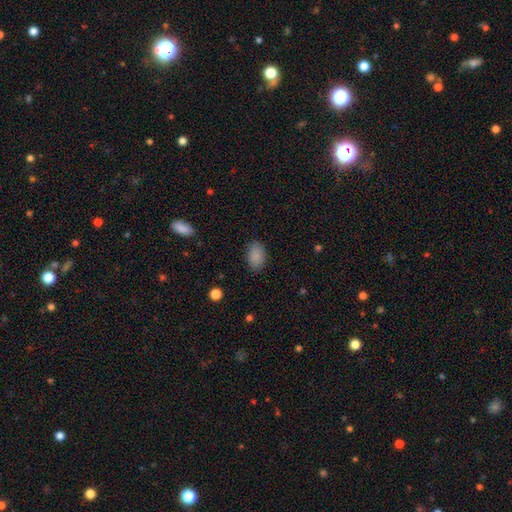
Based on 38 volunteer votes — Smooth or featured?
  - smooth: 92% *
  - featured or disk: 5%
  - star or artifact: 3%
How rounded?
  - in between: 94% *
  - round: 6%
  - cigar-shaped: 0%
Merging?
  - none: 76% *
  - minor disturbance: 16%
  - major disturbance: 5%
  - merger: 3%